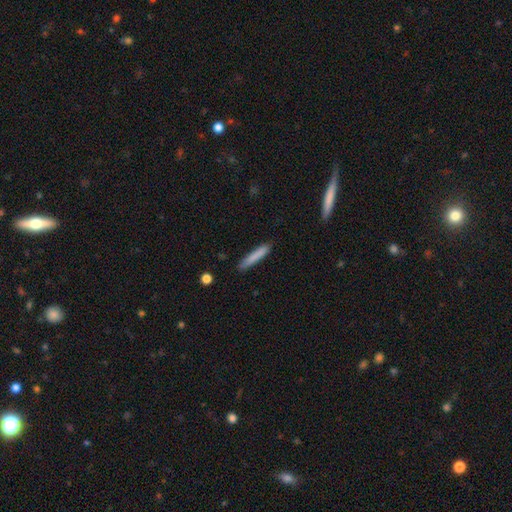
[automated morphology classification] smooth 82%, featured or disk 12%, star or artifact 6%. Down the decision tree: how rounded — cigar-shaped (93%); merging — none (86%).